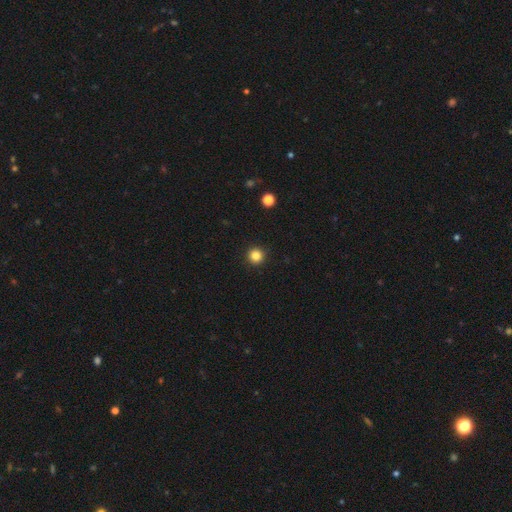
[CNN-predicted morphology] Overall: smooth (84%). How rounded: round (96%). Merging: none (94%).